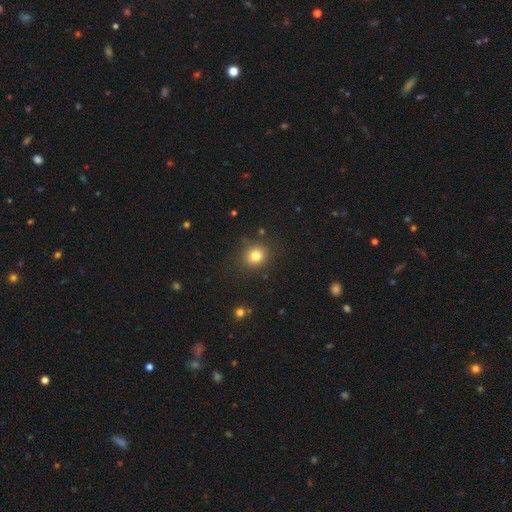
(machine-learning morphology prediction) smooth-or-featured: smooth: 80% | star or artifact: 13% | featured or disk: 7%
  how-rounded: round: 75% | in between: 24% | cigar-shaped: 1%
  merging: none: 84% | minor disturbance: 11% | major disturbance: 3% | merger: 2%